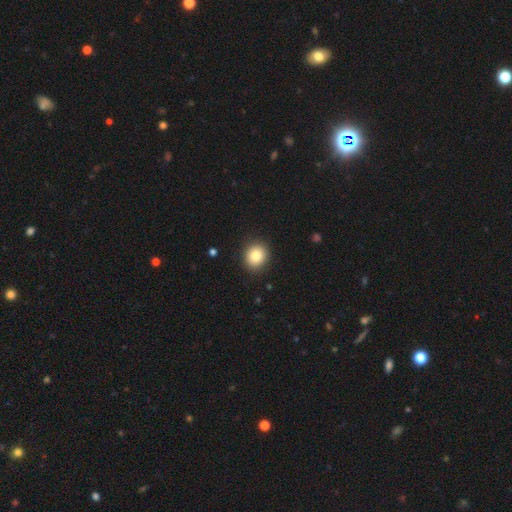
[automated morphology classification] Smooth or featured? smooth (84%)
How rounded? round (73%)
Merging? none (89%)